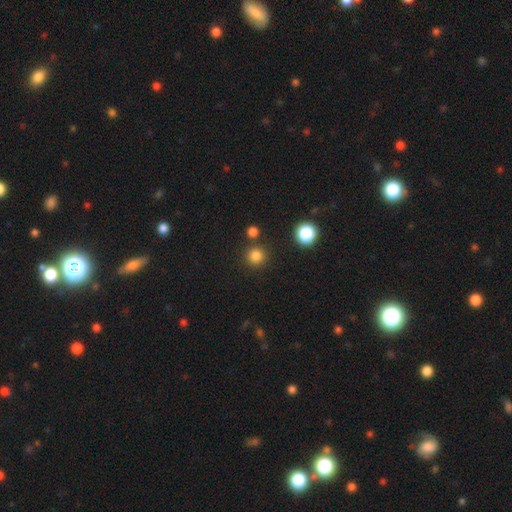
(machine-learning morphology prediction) Smooth or featured? Predicted: smooth (p=0.82). How rounded? Predicted: round (p=0.94). Merging? Predicted: none (p=0.86).